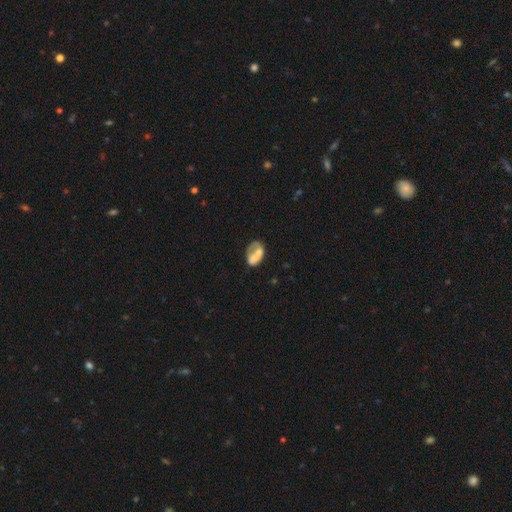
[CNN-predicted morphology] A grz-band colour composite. It shows a smooth galaxy with no disk features (57%) that is in between round and cigar-shaped (83%). Merging: none (30%).